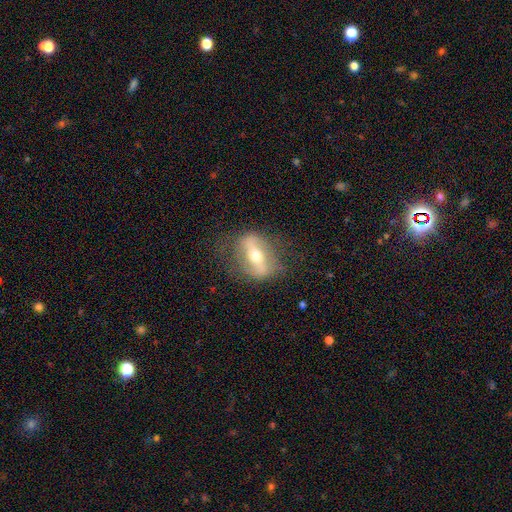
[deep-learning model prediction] Smooth or featured?
  - featured or disk: 73% *
  - smooth: 19%
  - star or artifact: 8%
Edge-on disk?
  - no: 74% *
  - yes: 26%
Bar?
  - strong: 69% *
  - weak: 19%
  - no: 12%
Spiral arms?
  - yes: 53% *
  - no: 47%
Bulge size?
  - moderate: 68% *
  - small: 23%
  - large: 6%
  - dominant: 1%
  - none: 1%
Merging?
  - none: 73% *
  - minor disturbance: 17%
  - major disturbance: 9%
  - merger: 1%